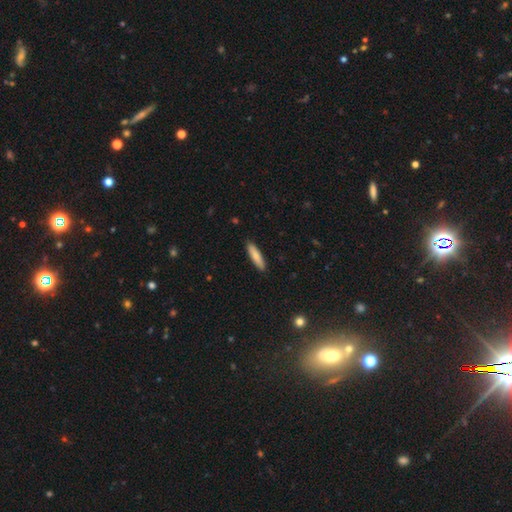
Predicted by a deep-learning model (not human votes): smooth_or_featured: smooth (p=0.81) [alt: featured or disk p=0.13]
how_rounded: cigar-shaped (p=0.79) [alt: in between p=0.20]
merging: none (p=0.91) [alt: minor disturbance p=0.07]